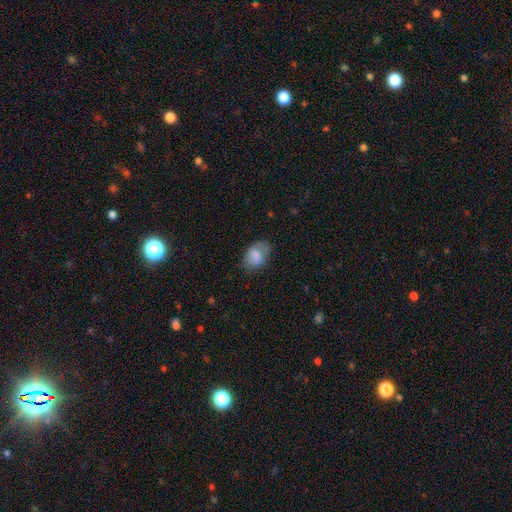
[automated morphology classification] This is likely a smooth galaxy (78%). How rounded: likely in between (80%). Merging: likely none (64%).